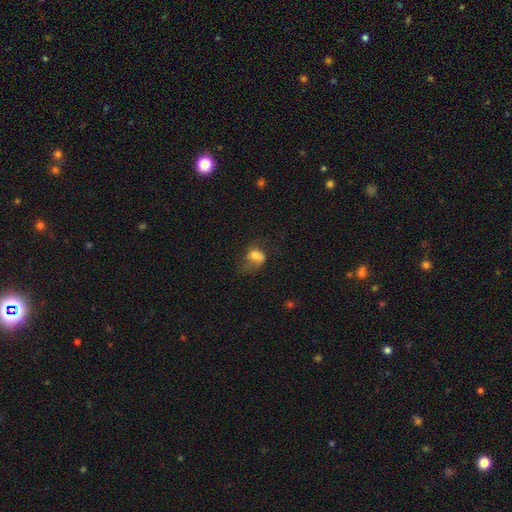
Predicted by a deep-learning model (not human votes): This is likely a smooth galaxy (66%). How rounded: likely in between (67%). Merging: marginally major disturbance (40%).